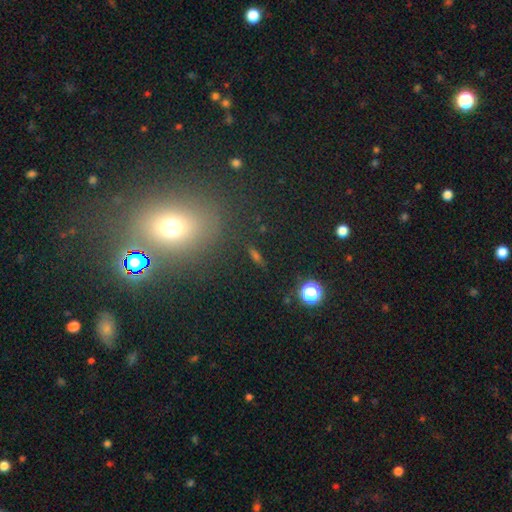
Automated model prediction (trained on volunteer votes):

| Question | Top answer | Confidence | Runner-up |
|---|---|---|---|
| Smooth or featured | smooth | 47% | star or artifact (31%) |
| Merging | none | 84% | minor disturbance (9%) |